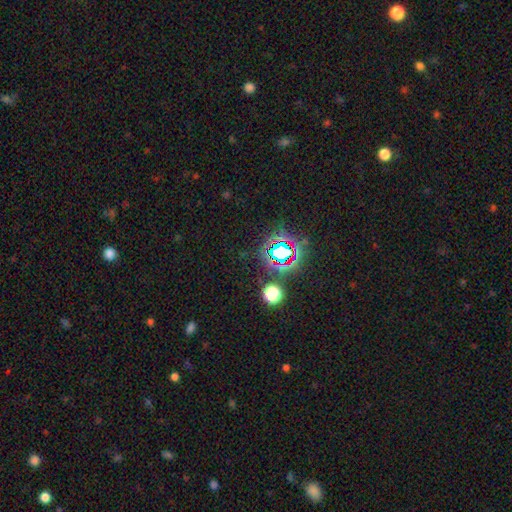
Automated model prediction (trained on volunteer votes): This is likely a star or artifact rather than a galaxy (79%).